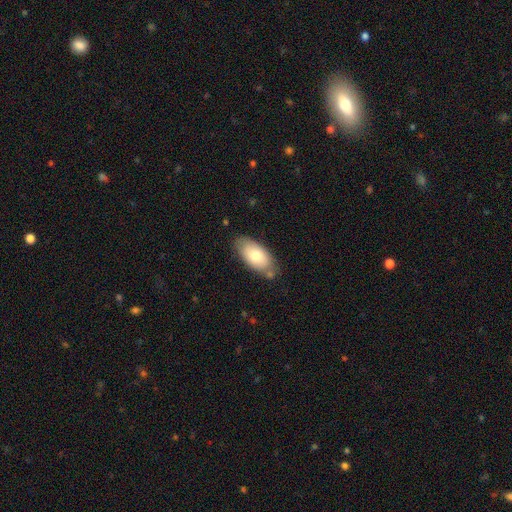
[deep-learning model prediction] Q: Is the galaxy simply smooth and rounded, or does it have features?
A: smooth — 73%.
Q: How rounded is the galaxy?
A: in between — 93%.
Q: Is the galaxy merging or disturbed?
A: none — 72%.